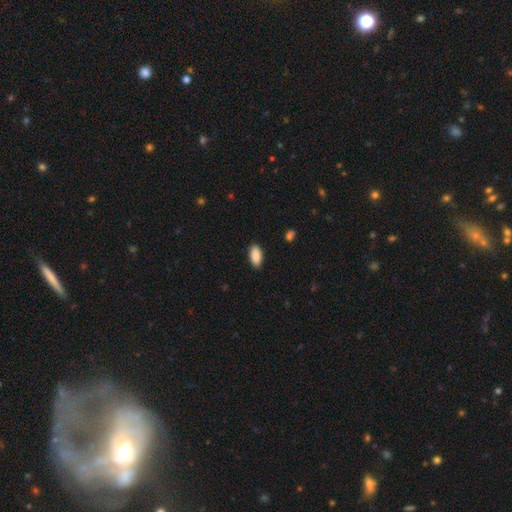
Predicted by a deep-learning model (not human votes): Q: Smooth or featured?
A: smooth (89%); runner-up: star or artifact (6%)
Q: How rounded?
A: in between (92%); runner-up: cigar-shaped (6%)
Q: Merging?
A: none (87%); runner-up: minor disturbance (10%)